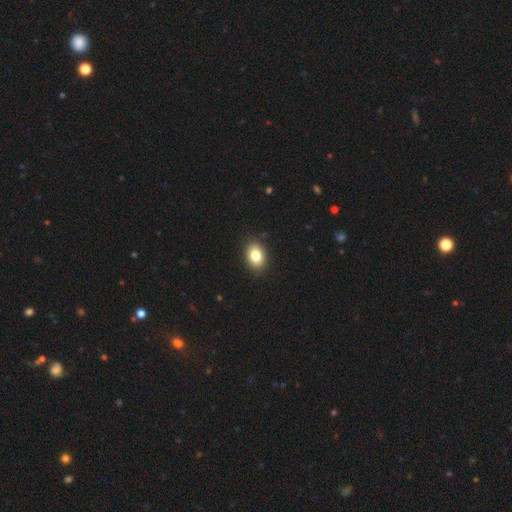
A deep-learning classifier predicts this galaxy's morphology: Smooth or featured: smooth — 82% (star or artifact — 9%)
How rounded: in between — 72% (round — 26%)
Merging: none — 88% (minor disturbance — 9%)